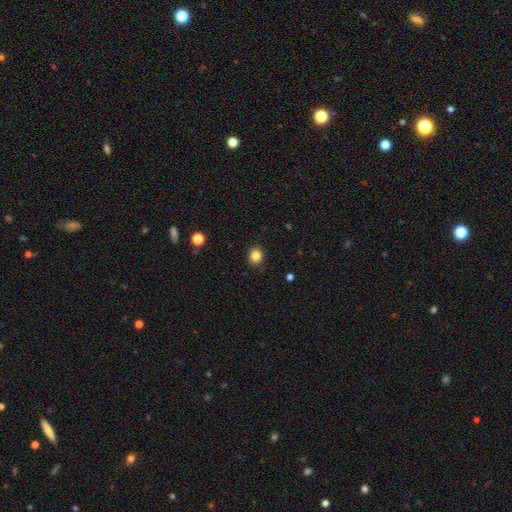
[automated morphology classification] Smooth or featured: smooth — 84% (star or artifact — 11%)
How rounded: round — 77% (in between — 22%)
Merging: none — 88% (minor disturbance — 8%)